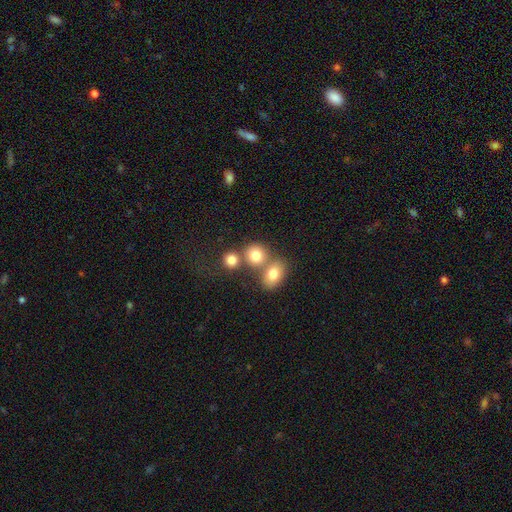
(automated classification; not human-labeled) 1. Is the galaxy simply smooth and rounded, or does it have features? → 79% smooth, 11% star or artifact, 10% featured or disk.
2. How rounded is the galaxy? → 73% round, 26% in between, 1% cigar-shaped.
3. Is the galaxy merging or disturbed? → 50% none, 38% merger, 8% minor disturbance, 4% major disturbance.